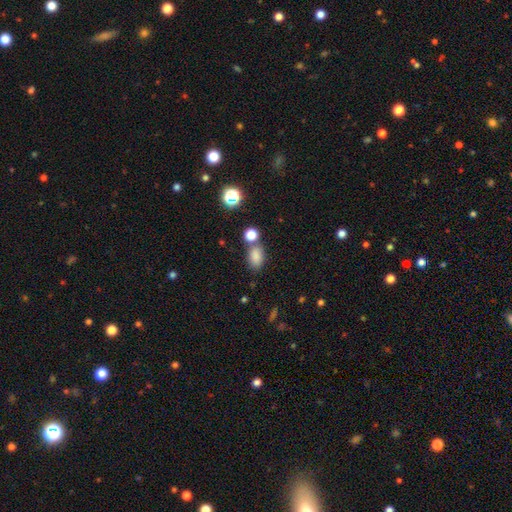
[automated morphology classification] Smooth or featured?
  - smooth: 82% *
  - star or artifact: 12%
  - featured or disk: 6%
How rounded?
  - in between: 83% *
  - round: 15%
  - cigar-shaped: 2%
Merging?
  - none: 61% *
  - merger: 21%
  - minor disturbance: 13%
  - major disturbance: 5%